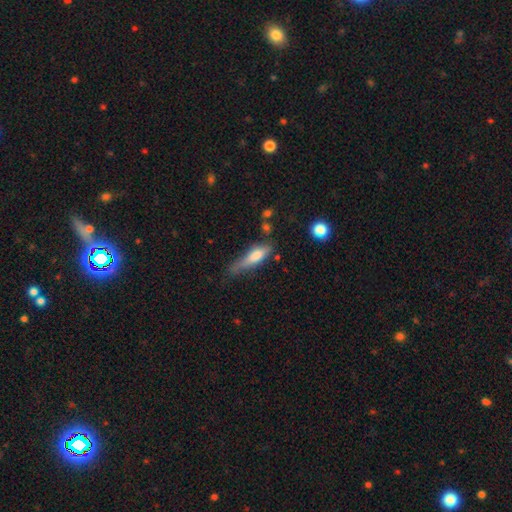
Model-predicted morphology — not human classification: Q: Smooth or featured?
A: smooth (66%); runner-up: featured or disk (27%)
Q: How rounded?
A: cigar-shaped (65%); runner-up: in between (33%)
Q: Merging?
A: none (40%); runner-up: minor disturbance (37%)